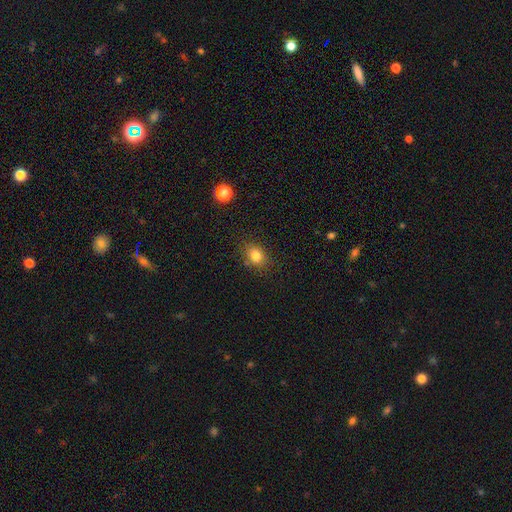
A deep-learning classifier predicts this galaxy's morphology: type=smooth (79%); roundness=in between (55%); merging=none (78%).